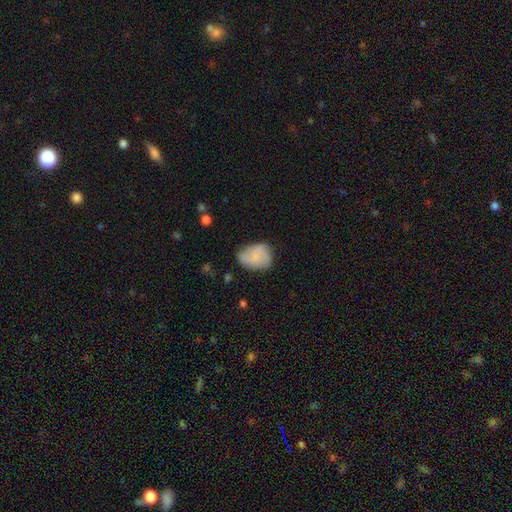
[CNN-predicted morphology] Overall: smooth (71%). How rounded: in between (71%). Merging: none (53%; minor disturbance 34%).